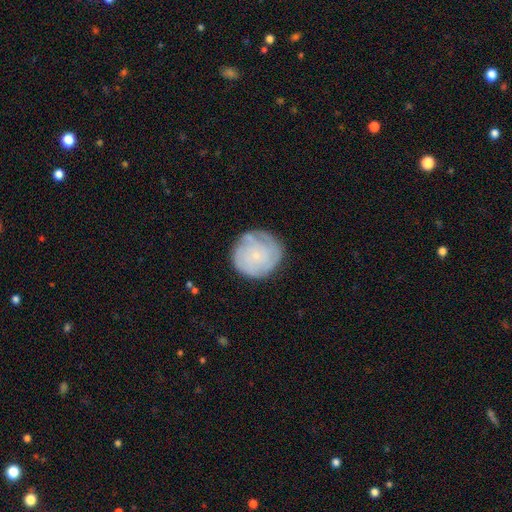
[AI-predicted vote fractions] Smooth or featured? featured or disk (55%)
Edge-on disk? no (98%)
Bar? no (85%)
Spiral arms? yes (82%)
Bulge size? small (82%)
Merging? none (75%)